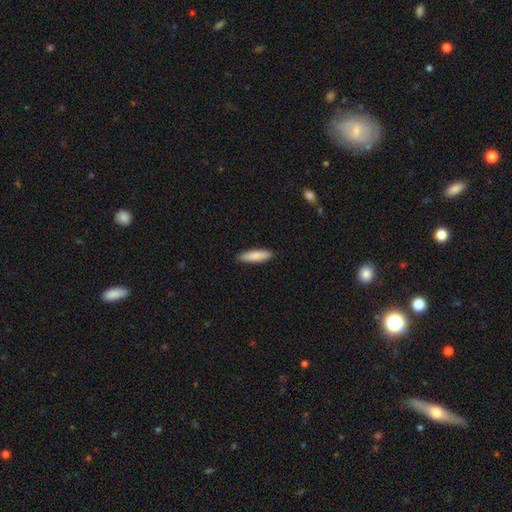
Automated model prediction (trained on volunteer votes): The model was most divided on "how rounded": cigar-shaped: 68%, in between: 30%, round: 1%. More confident: merging — none (89%); smooth or featured — smooth (86%).